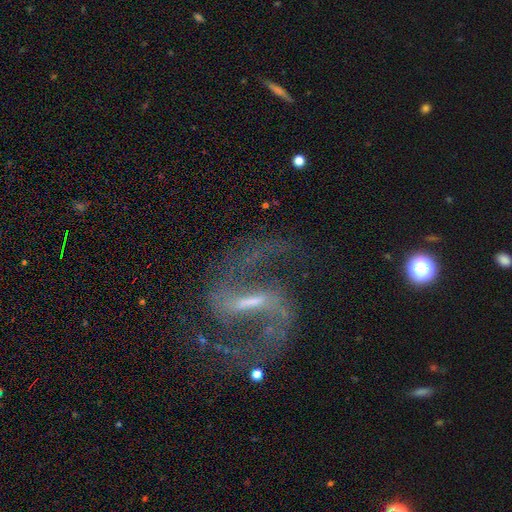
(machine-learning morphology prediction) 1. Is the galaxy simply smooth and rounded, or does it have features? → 92% featured or disk, 5% star or artifact, 3% smooth.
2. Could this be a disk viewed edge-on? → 98% no, 2% yes.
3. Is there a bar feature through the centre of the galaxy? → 52% strong, 41% weak, 7% no.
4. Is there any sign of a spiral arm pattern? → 98% yes, 2% no.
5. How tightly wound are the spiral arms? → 56% medium, 35% loose, 9% tight.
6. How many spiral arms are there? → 94% 2, 1% can't tell, 1% 3, 1% 1, 1% 4, 1% more than 4.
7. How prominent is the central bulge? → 52% small, 23% moderate, 22% none, 2% large, 1% dominant.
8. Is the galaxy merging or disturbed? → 76% none, 13% minor disturbance, 9% major disturbance, 2% merger.